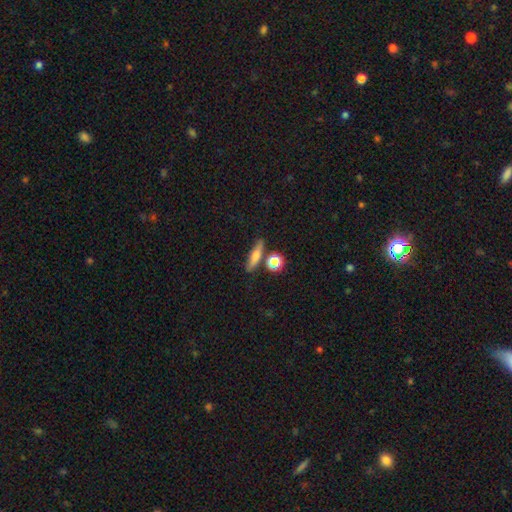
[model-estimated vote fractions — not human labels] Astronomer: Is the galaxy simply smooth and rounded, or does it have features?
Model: smooth — 63%.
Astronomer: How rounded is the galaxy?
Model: cigar-shaped — 62%.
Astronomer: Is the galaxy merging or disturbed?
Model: none — 76%.